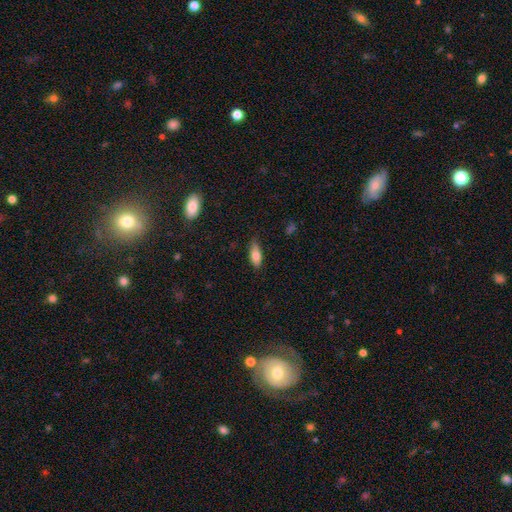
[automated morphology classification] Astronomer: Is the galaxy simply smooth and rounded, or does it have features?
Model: smooth — 79%.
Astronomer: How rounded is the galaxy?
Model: in between — 74%.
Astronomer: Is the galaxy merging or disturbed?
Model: none — 74%.